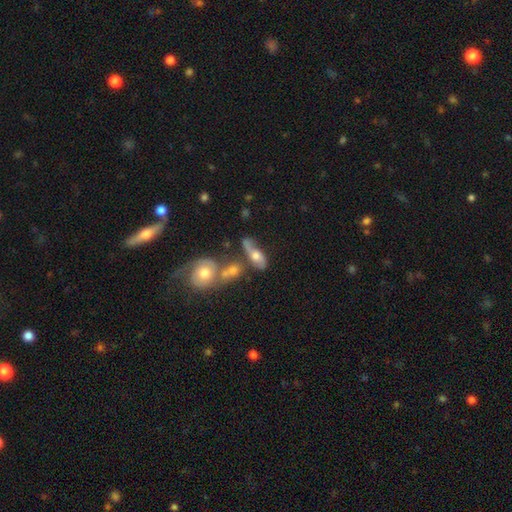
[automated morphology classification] smooth_or_featured: featured or disk (p=0.48) [alt: smooth p=0.43]
merging: none (p=0.34) [alt: merger p=0.33]